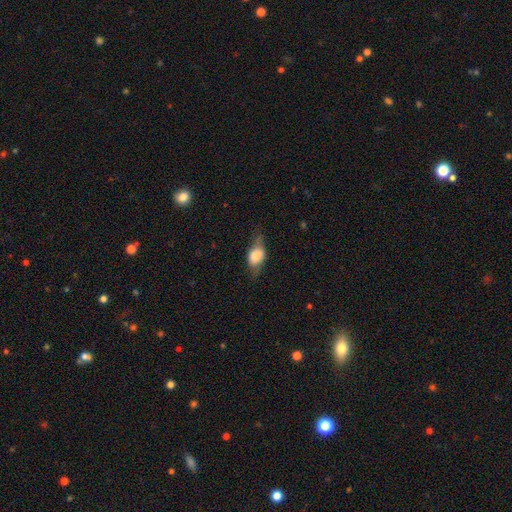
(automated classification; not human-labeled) This appears to be a smooth galaxy with no disk features (63%) that is in between round and cigar-shaped (77%). Merging: none (57%).